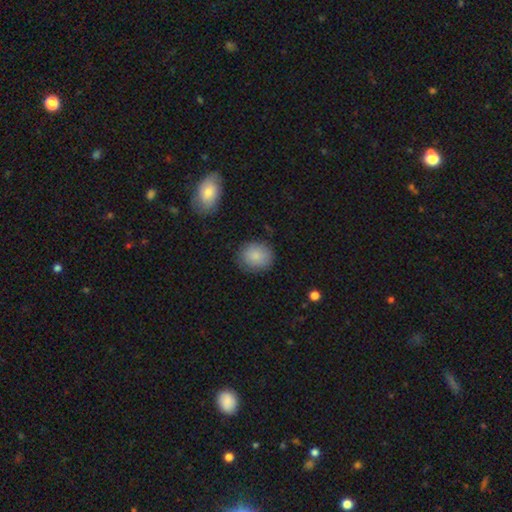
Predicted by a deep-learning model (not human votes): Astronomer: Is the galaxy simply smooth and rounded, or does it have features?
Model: smooth — 85%.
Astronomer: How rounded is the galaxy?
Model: round — 71%.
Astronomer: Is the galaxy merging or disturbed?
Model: none — 83%.